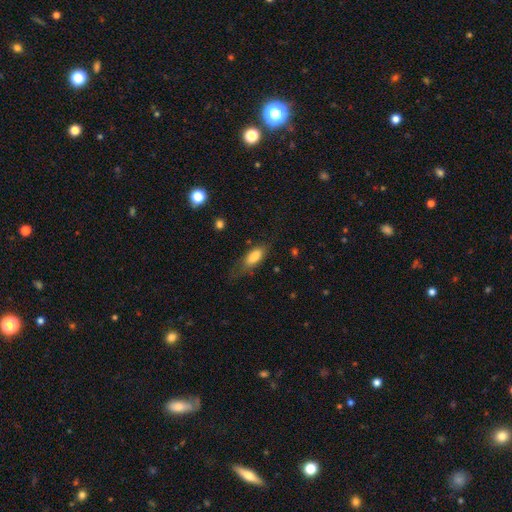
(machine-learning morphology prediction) smooth_or_featured: smooth (p=0.77) [alt: featured or disk p=0.16]
how_rounded: in between (p=0.81) [alt: cigar-shaped p=0.16]
merging: none (p=0.59) [alt: minor disturbance p=0.25]